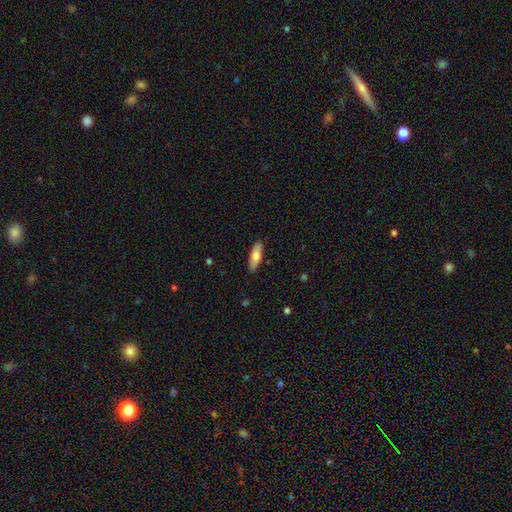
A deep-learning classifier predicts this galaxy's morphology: smooth-or-featured: smooth: 78% | featured or disk: 17% | star or artifact: 6%
  how-rounded: in between: 57% | cigar-shaped: 42% | round: 2%
  merging: none: 88% | minor disturbance: 9% | major disturbance: 2% | merger: 1%